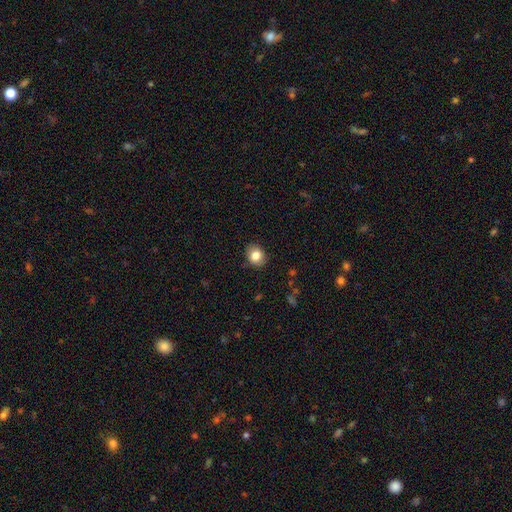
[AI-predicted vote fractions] smooth 82%, star or artifact 9%, featured or disk 8%. Down the decision tree: how rounded — round (60%); merging — none (86%).